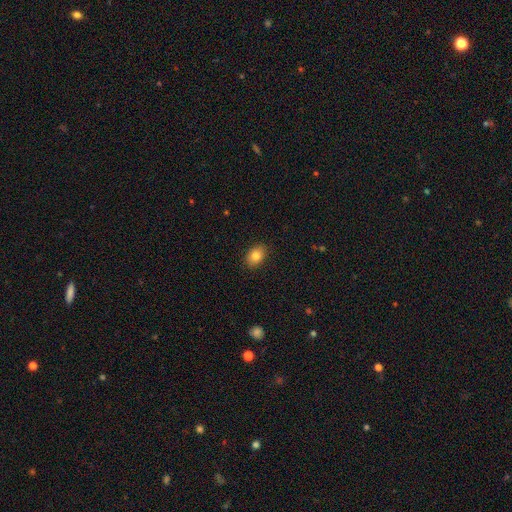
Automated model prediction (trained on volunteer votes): This appears to be a smooth galaxy with no disk features (84%) that is in between round and cigar-shaped (78%). Merging: none (88%).